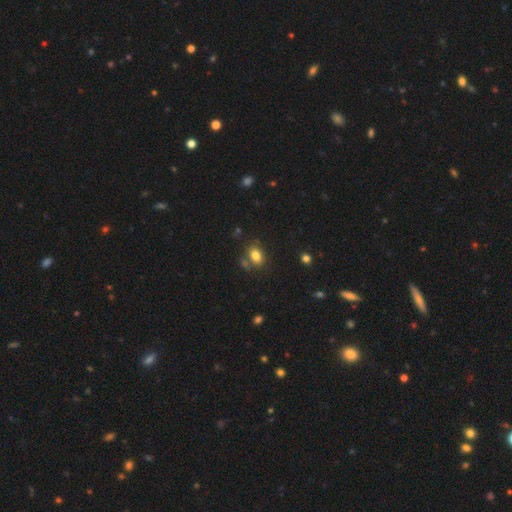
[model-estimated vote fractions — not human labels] Smooth or featured: smooth — 81% (star or artifact — 10%)
How rounded: in between — 79% (round — 20%)
Merging: none — 68% (minor disturbance — 14%)